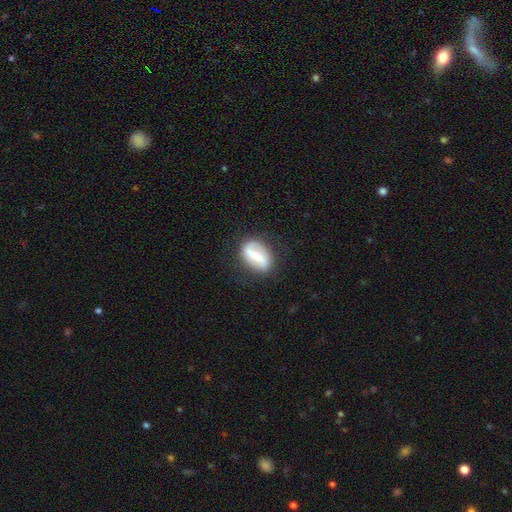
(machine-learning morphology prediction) Smooth or featured? featured or disk (50%)
Edge-on disk? no (90%)
Merging? none (76%)